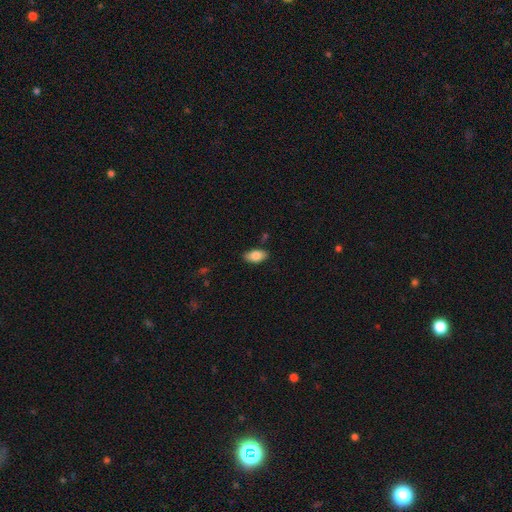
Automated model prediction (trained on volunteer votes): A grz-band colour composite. It shows a smooth galaxy with no disk features (84%) that is in between round and cigar-shaped (93%). Merging: none (85%).